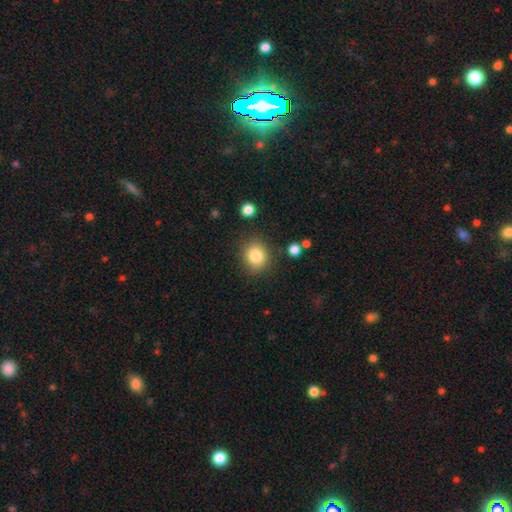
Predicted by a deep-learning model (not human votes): Morphology: type=smooth (83%); roundness=round (77%); merging=none (84%).